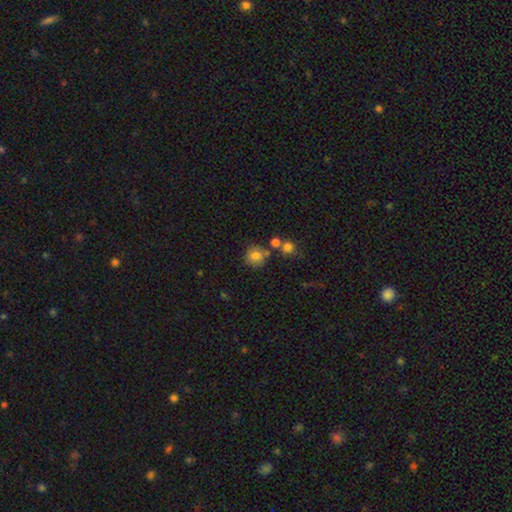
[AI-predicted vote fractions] The model was most divided on "merging": none: 67%, minor disturbance: 14%, merger: 14%, major disturbance: 5%. More confident: how rounded — round (87%); smooth or featured — smooth (78%).